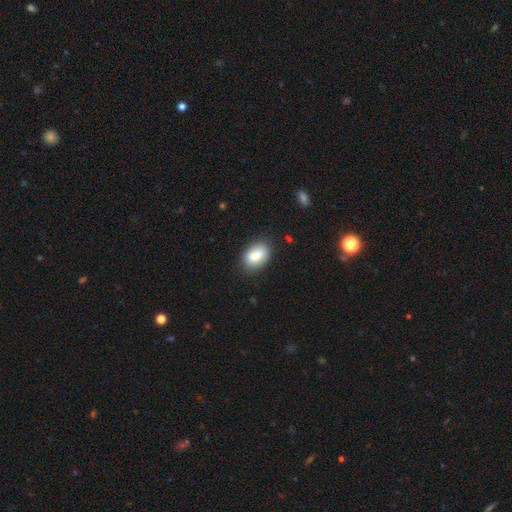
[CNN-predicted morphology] This is clearly a smooth galaxy (84%). How rounded: clearly in between (85%). Merging: likely none (78%).